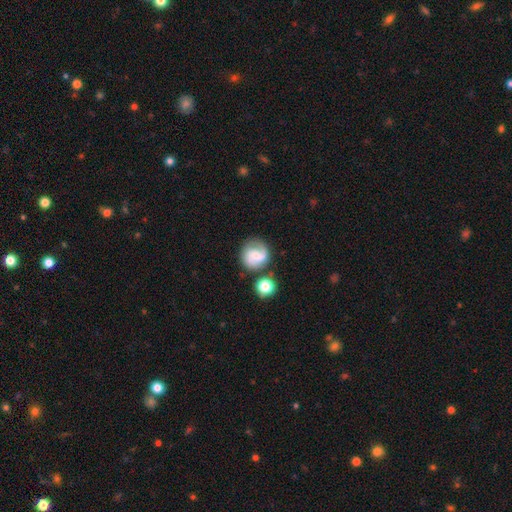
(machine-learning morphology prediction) smooth-or-featured: featured or disk: 61% | smooth: 31% | star or artifact: 8%
  disk-edge-on: no: 98% | yes: 2%
    bar: no: 45% | weak: 44% | strong: 11%
    has-spiral-arms: yes: 90% | no: 10%
      spiral-winding: medium: 46% | loose: 28% | tight: 26%
      spiral-arm-count: 2: 80% | can't tell: 8% | 1: 8% | 3: 2% | 4: 1% | more than 4: 1%
    bulge-size: small: 52% | moderate: 38% | none: 6% | large: 3% | dominant: 1%
  merging: none: 68% | minor disturbance: 14% | merger: 12% | major disturbance: 6%